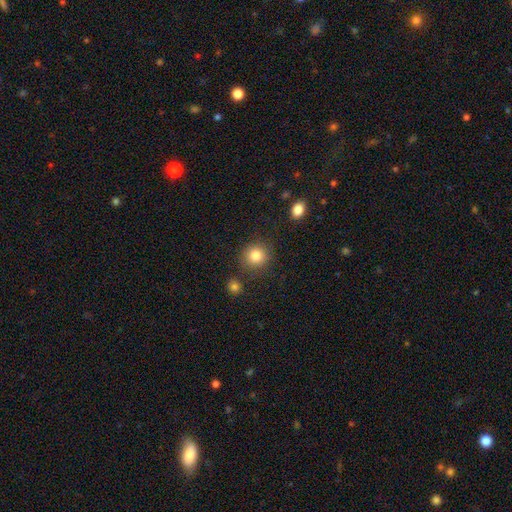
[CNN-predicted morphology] This appears to be a smooth galaxy with no disk features (84%) that is round (90%). Merging: none (83%).